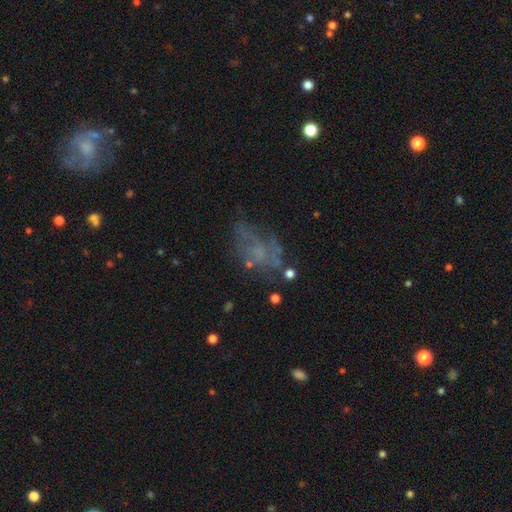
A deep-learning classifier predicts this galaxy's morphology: featured or disk 49%, smooth 29%, star or artifact 22%. Down the decision tree: merging — none (44%).